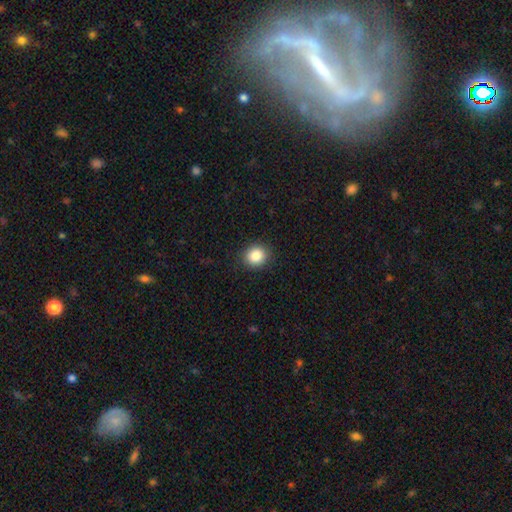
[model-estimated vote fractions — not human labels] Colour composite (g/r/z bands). It shows a smooth galaxy with no disk features (86%) that is round (81%). Merging: none (89%).